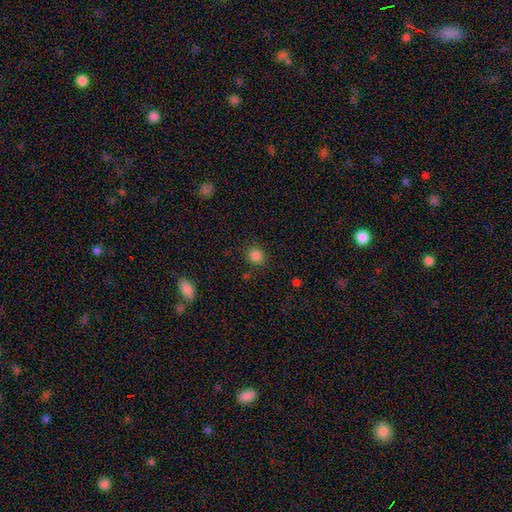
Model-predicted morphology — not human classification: This appears to be a smooth galaxy with no disk features (84%) that is round (79%). Merging: none (84%).